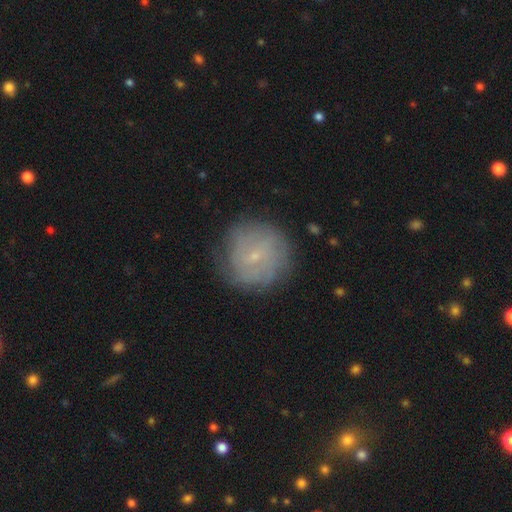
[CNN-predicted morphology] smooth-or-featured: featured or disk: 52% | smooth: 38% | star or artifact: 10%
  disk-edge-on: no: 96% | yes: 4%
    bar: no: 62% | weak: 32% | strong: 6%
    has-spiral-arms: yes: 75% | no: 25%
    bulge-size: small: 84% | moderate: 10% | none: 4% | large: 1% | dominant: 1%
  merging: none: 80% | minor disturbance: 14% | major disturbance: 5% | merger: 1%